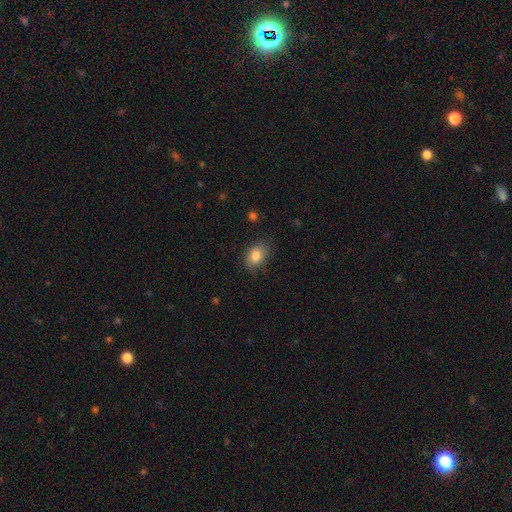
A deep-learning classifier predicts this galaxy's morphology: type=smooth (84%); roundness=in between (80%); merging=none (78%).